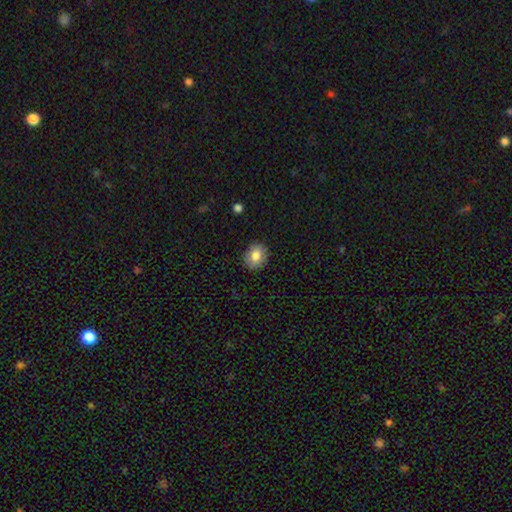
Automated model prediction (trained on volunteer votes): smooth 83%, featured or disk 9%, star or artifact 8%. Down the decision tree: how rounded — round (57%); merging — none (87%).